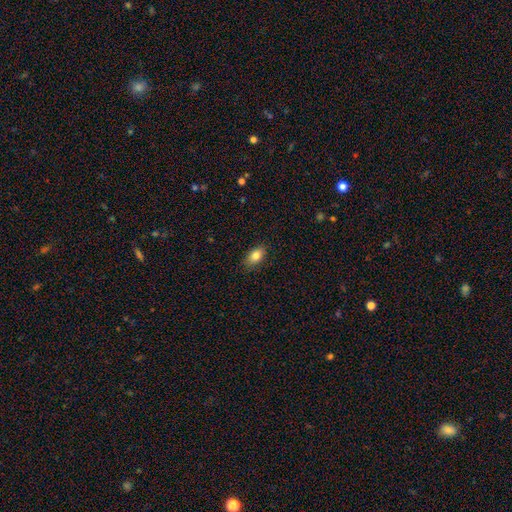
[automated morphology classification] Smooth or featured: smooth — 83% (featured or disk — 9%)
How rounded: in between — 88% (round — 9%)
Merging: none — 85% (minor disturbance — 11%)